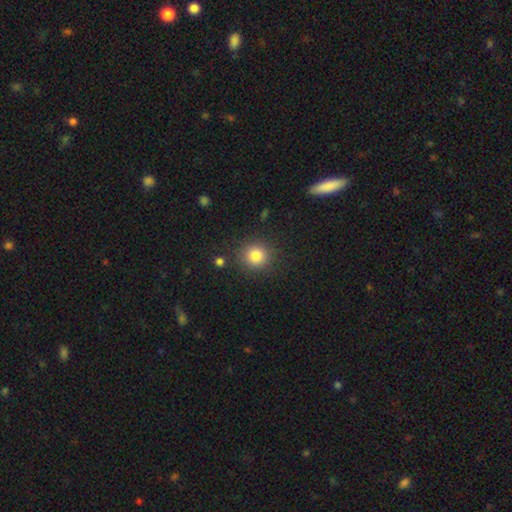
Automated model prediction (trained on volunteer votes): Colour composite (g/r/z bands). It shows a smooth galaxy with no disk features (83%) that is round (90%). Merging: none (86%).